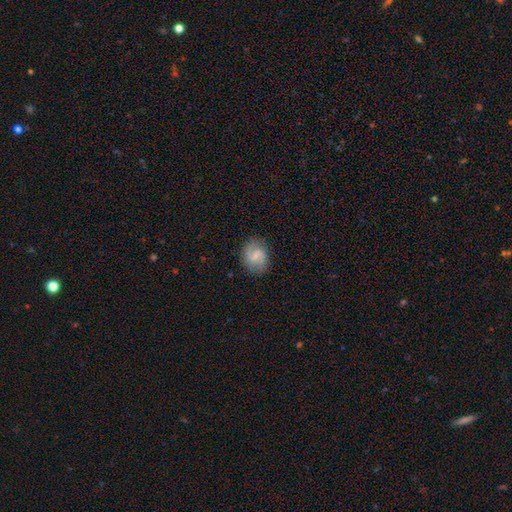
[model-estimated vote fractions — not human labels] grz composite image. It shows a featured or disk galaxy (51%). Merging: none (80%).